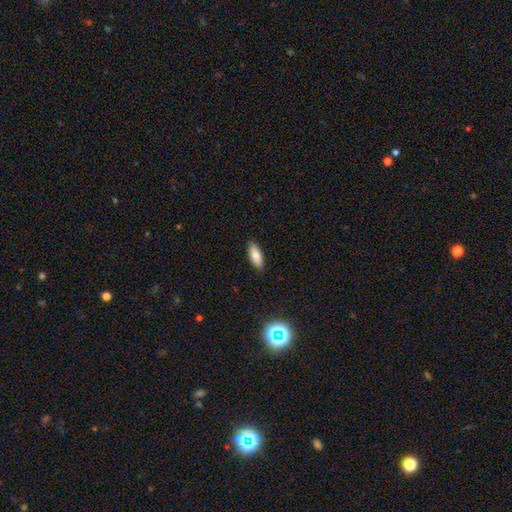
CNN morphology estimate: A smooth galaxy with no disk features (81%) that is in between round and cigar-shaped (77%). Merging: none (87%).